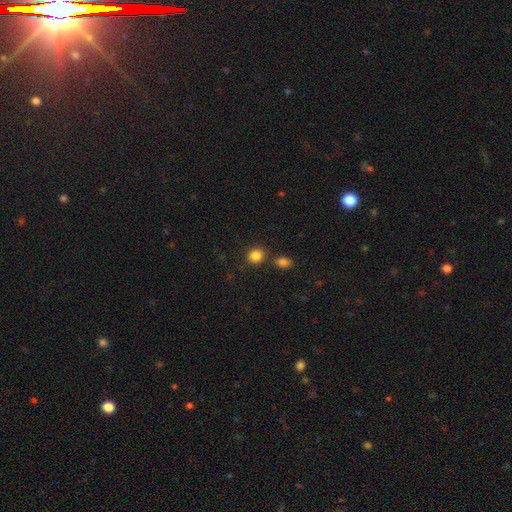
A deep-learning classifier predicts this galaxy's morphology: Smooth or featured?
  - smooth: 84% *
  - star or artifact: 11%
  - featured or disk: 5%
How rounded?
  - round: 84% *
  - in between: 15%
  - cigar-shaped: 1%
Merging?
  - none: 81% *
  - merger: 9%
  - minor disturbance: 8%
  - major disturbance: 3%